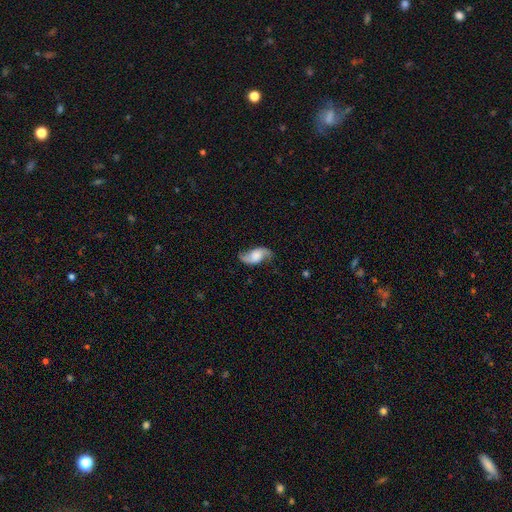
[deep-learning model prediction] smooth_or_featured: featured or disk (p=0.77) [alt: smooth p=0.16]
disk_edge_on: no (p=0.95) [alt: yes p=0.05]
bar: no (p=0.58) [alt: weak p=0.33]
has_spiral_arms: yes (p=0.95) [alt: no p=0.05]
spiral_winding: loose (p=0.67) [alt: medium p=0.26]
spiral_arm_count: 2 (p=0.93) [alt: can't tell p=0.02]
bulge_size: large (p=0.35) [alt: none p=0.25]
merging: none (p=0.76) [alt: minor disturbance p=0.16]